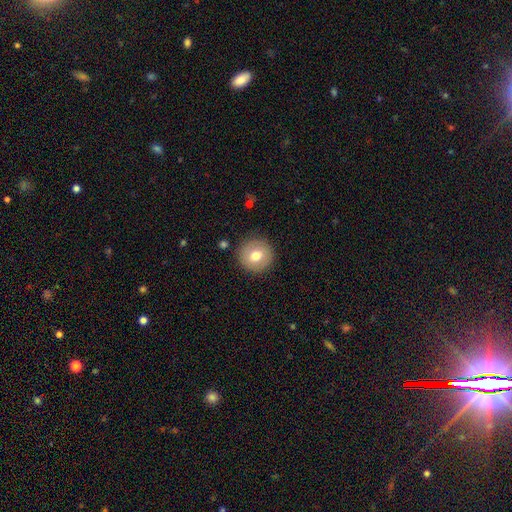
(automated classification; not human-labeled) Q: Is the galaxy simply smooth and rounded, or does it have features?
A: smooth — 72%.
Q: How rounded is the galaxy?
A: round — 94%.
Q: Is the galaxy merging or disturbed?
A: none — 89%.